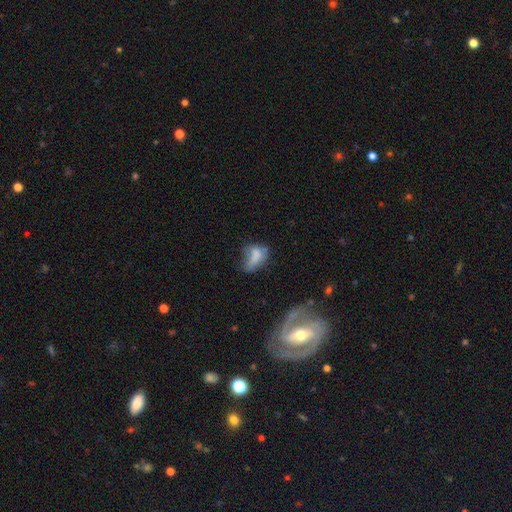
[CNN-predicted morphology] smooth-or-featured: smooth: 63% | featured or disk: 25% | star or artifact: 12%
  how-rounded: in between: 82% | round: 12% | cigar-shaped: 6%
  merging: major disturbance: 36% | minor disturbance: 28% | none: 26% | merger: 10%